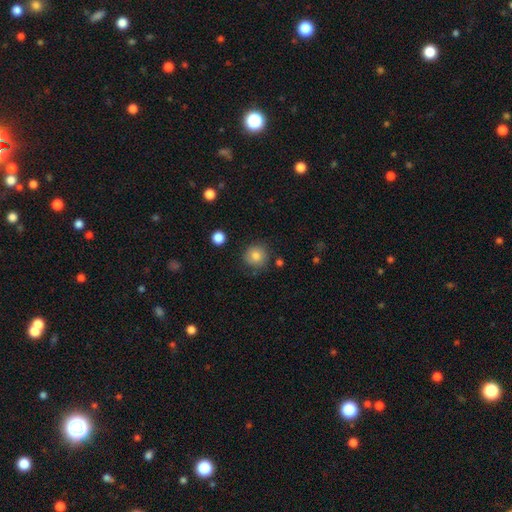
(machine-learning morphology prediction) A smooth galaxy with no disk features (81%) that is round (91%).

Vote fractions:
- Smooth or featured? smooth: 81% / star or artifact: 10% / featured or disk: 8%
- How rounded? round: 91% / in between: 8% / cigar-shaped: 1%
- Merging? none: 80% / minor disturbance: 13% / major disturbance: 4% / merger: 3%